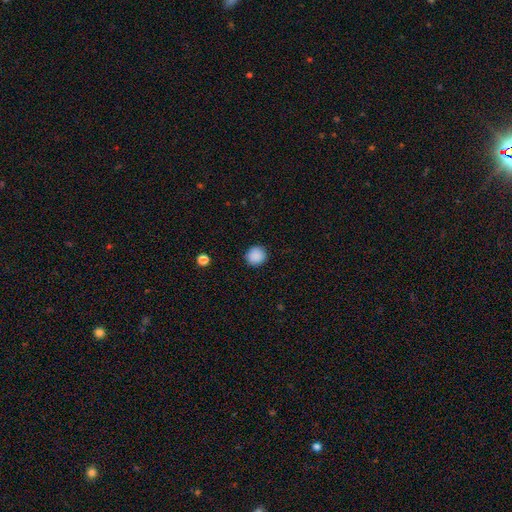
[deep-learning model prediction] smooth_or_featured: smooth (p=0.89) [alt: star or artifact p=0.09]
how_rounded: round (p=0.93) [alt: in between p=0.06]
merging: none (p=0.91) [alt: minor disturbance p=0.06]